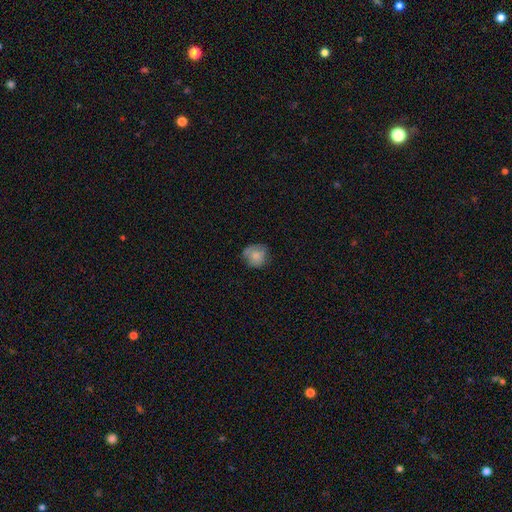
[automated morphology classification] Overall: smooth (78%). How rounded: round (83%). Merging: none (64%; minor disturbance 27%).